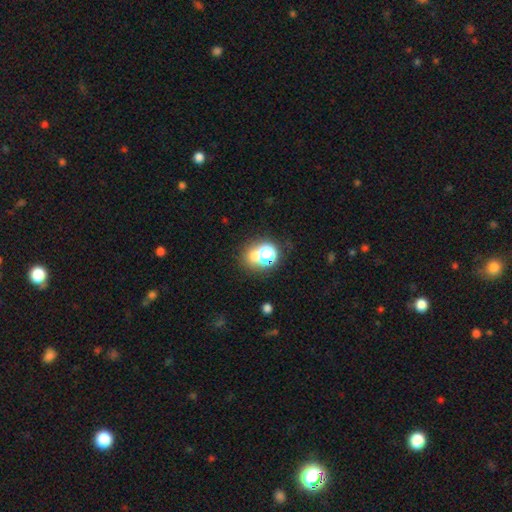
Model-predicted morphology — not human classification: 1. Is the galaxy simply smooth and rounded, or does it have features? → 54% smooth, 34% star or artifact, 12% featured or disk.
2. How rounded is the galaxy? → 75% round, 24% in between, 1% cigar-shaped.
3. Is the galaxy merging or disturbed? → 56% none, 26% merger, 10% minor disturbance, 7% major disturbance.